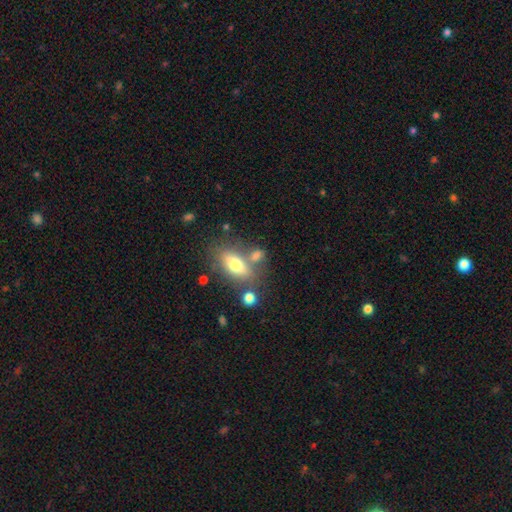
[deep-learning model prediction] smooth-or-featured: smooth: 69% | featured or disk: 19% | star or artifact: 11%
  how-rounded: in between: 70% | round: 15% | cigar-shaped: 14%
  merging: none: 58% | merger: 21% | minor disturbance: 14% | major disturbance: 7%